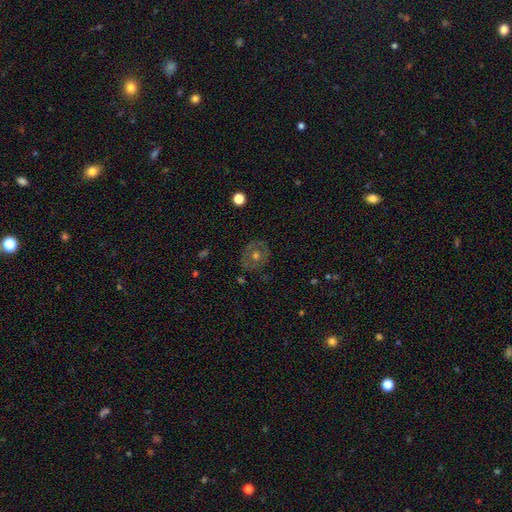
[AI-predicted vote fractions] Q: Smooth or featured?
A: featured or disk (49%); runner-up: smooth (39%)
Q: Merging?
A: none (78%); runner-up: minor disturbance (15%)